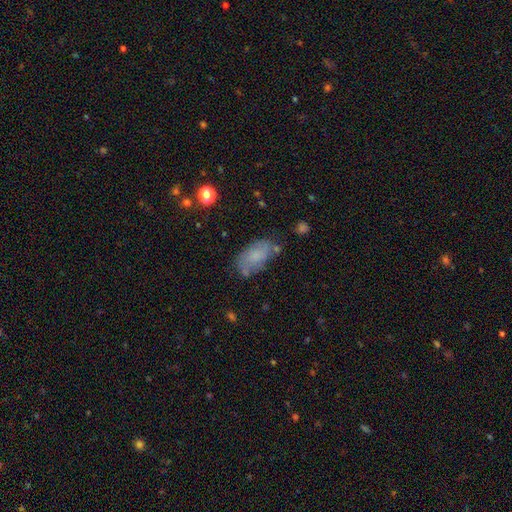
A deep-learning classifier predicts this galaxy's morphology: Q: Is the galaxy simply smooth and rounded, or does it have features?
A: smooth — 65%.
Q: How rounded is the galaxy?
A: in between — 92%.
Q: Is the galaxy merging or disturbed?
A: none — 62%.